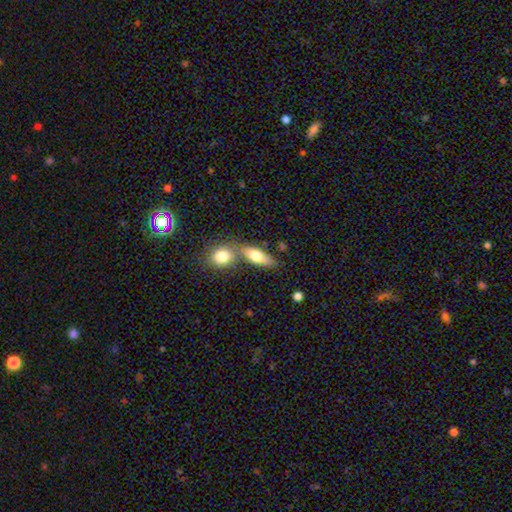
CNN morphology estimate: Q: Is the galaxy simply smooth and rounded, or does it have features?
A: smooth — 74%.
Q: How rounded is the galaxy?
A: in between — 73%.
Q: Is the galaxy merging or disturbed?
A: none — 46%.